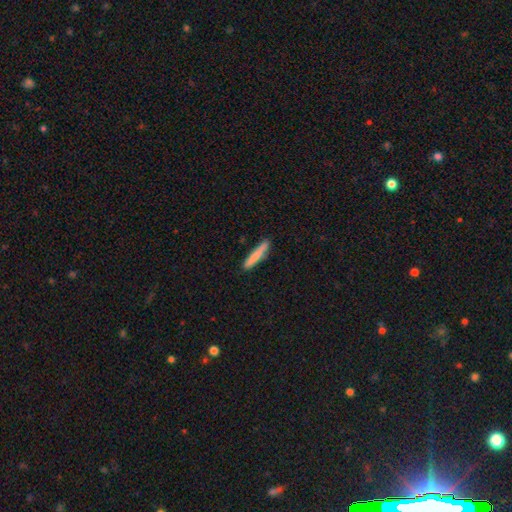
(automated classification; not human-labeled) The model was most divided on "smooth or featured": smooth: 80%, featured or disk: 14%, star or artifact: 6%. More confident: how rounded — cigar-shaped (94%); merging — none (88%).